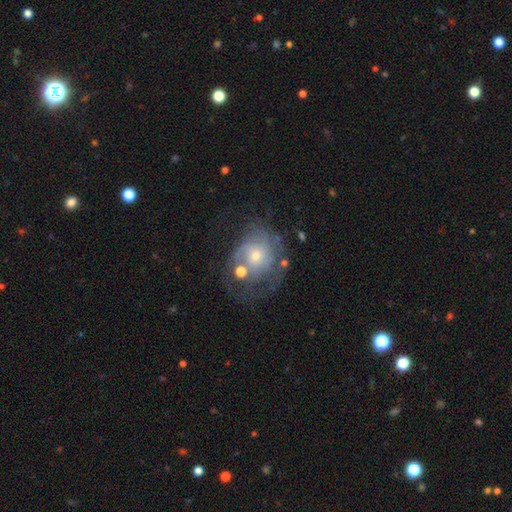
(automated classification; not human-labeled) A featured or disk galaxy (65%) with no bar (81%), spiral arms (67%) and a small central bulge (54%). Merging: none (39%).